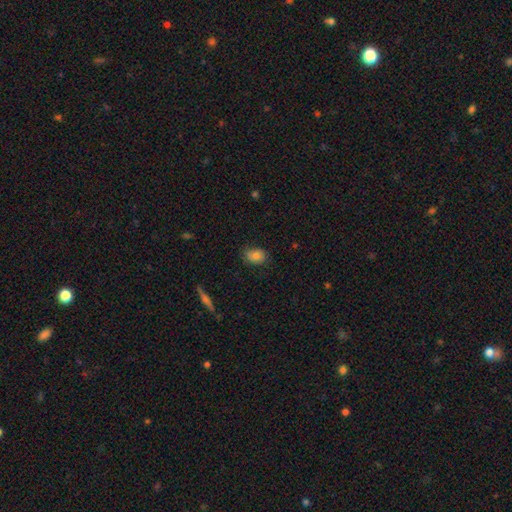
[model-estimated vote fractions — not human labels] Smooth or featured?
  - smooth: 79% *
  - featured or disk: 12%
  - star or artifact: 9%
How rounded?
  - in between: 73% *
  - round: 26%
  - cigar-shaped: 1%
Merging?
  - none: 74% *
  - minor disturbance: 21%
  - major disturbance: 4%
  - merger: 1%